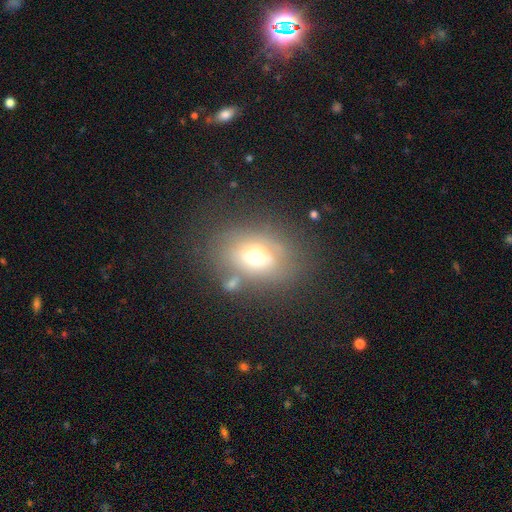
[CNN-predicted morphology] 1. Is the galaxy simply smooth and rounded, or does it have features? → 54% smooth, 32% featured or disk, 14% star or artifact.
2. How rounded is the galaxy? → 70% in between, 28% round, 2% cigar-shaped.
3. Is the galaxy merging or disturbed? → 60% none, 20% minor disturbance, 11% major disturbance, 10% merger.